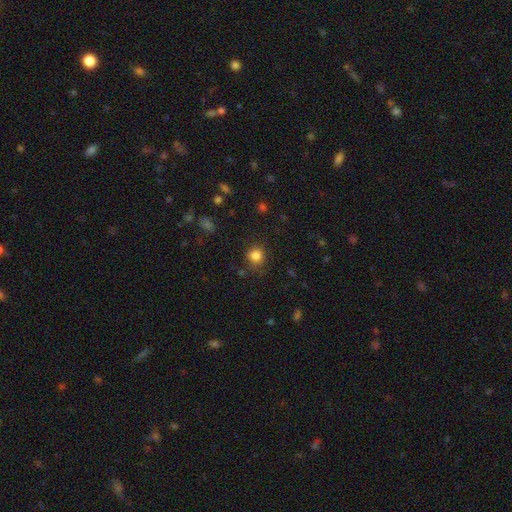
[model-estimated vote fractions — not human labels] smooth_or_featured: smooth (p=0.84) [alt: star or artifact p=0.12]
how_rounded: round (p=0.86) [alt: in between p=0.13]
merging: none (p=0.82) [alt: minor disturbance p=0.12]